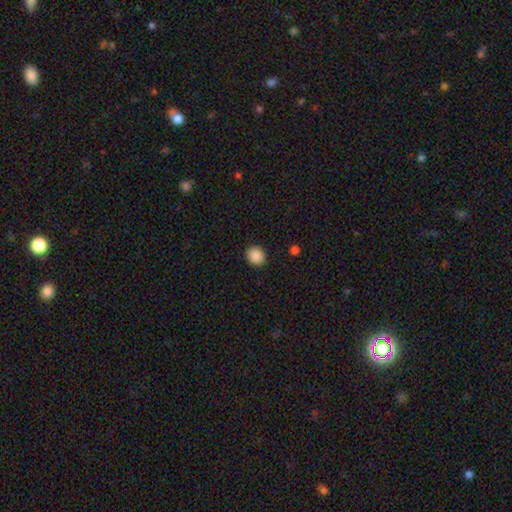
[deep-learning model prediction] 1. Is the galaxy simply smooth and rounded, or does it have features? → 89% smooth, 9% star or artifact, 2% featured or disk.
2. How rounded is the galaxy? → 75% round, 24% in between, 1% cigar-shaped.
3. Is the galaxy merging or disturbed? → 90% none, 6% minor disturbance, 2% major disturbance, 1% merger.